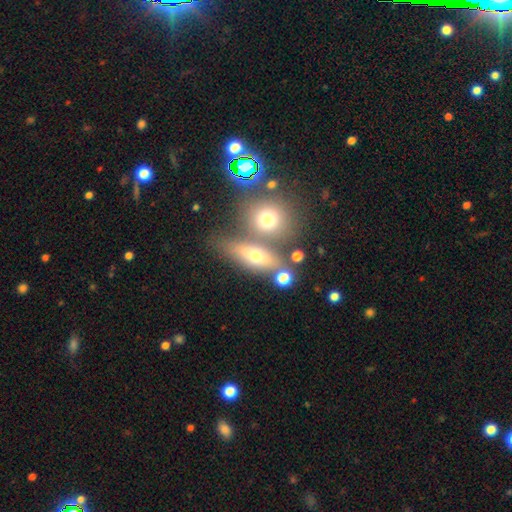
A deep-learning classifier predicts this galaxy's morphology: Smooth or featured: smooth — 55% (featured or disk — 30%)
How rounded: in between — 46% (cigar-shaped — 33%)
Merging: none — 55% (merger — 28%)